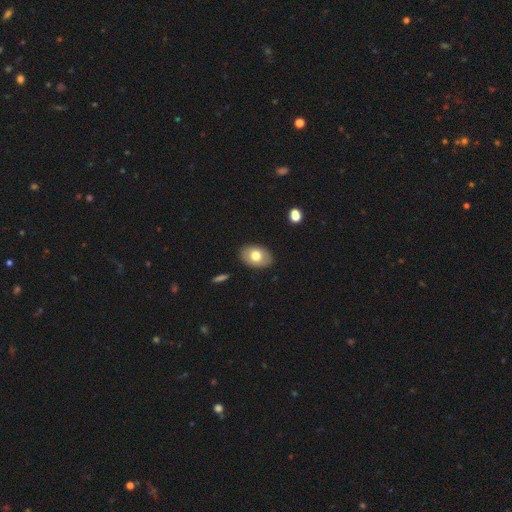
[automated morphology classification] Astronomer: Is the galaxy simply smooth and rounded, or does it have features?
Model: smooth — 73%.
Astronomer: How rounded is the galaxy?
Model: in between — 84%.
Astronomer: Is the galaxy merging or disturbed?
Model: none — 87%.